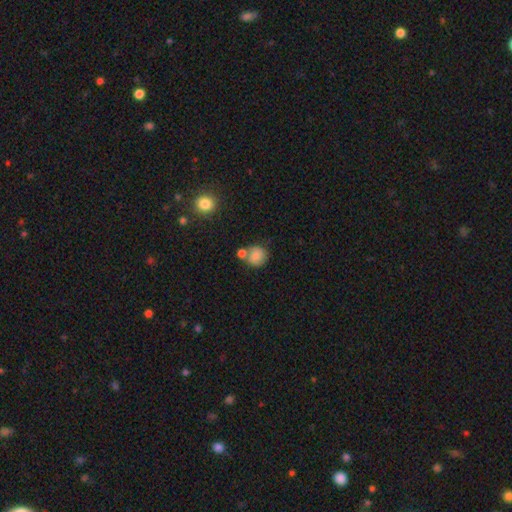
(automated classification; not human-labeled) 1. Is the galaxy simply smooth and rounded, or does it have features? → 77% smooth, 14% featured or disk, 10% star or artifact.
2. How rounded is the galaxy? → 85% round, 14% in between, 1% cigar-shaped.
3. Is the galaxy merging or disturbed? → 52% none, 30% merger, 14% minor disturbance, 4% major disturbance.